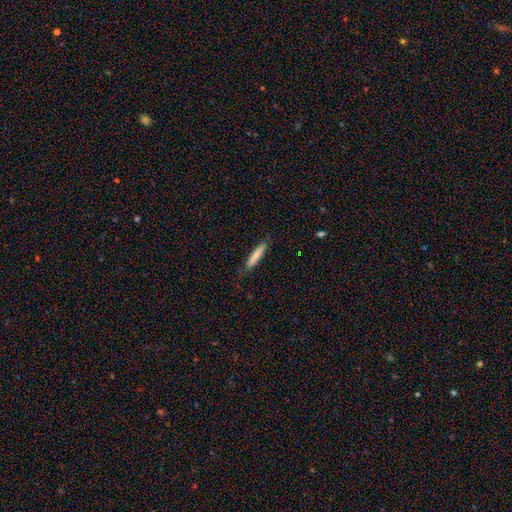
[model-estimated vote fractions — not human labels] A smooth galaxy with no disk features (76%) that is cigar-shaped (90%).

Vote fractions:
- Smooth or featured? smooth: 76% / featured or disk: 18% / star or artifact: 6%
- How rounded? cigar-shaped: 90% / in between: 8% / round: 1%
- Merging? none: 82% / minor disturbance: 14% / major disturbance: 3% / merger: 1%